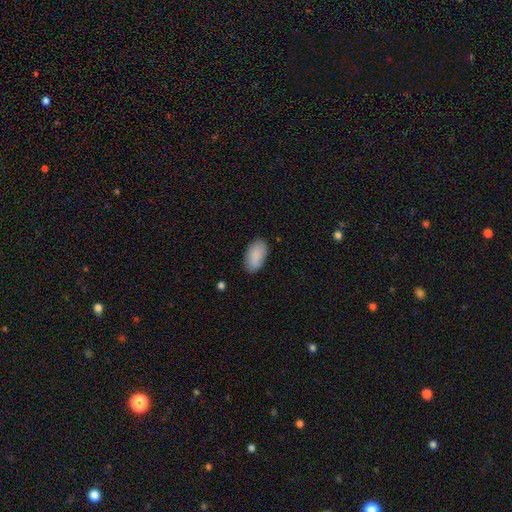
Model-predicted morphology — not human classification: Smooth or featured?
  - smooth: 88% *
  - star or artifact: 6%
  - featured or disk: 6%
How rounded?
  - in between: 95% *
  - round: 3%
  - cigar-shaped: 2%
Merging?
  - none: 84% *
  - minor disturbance: 13%
  - major disturbance: 3%
  - merger: 1%